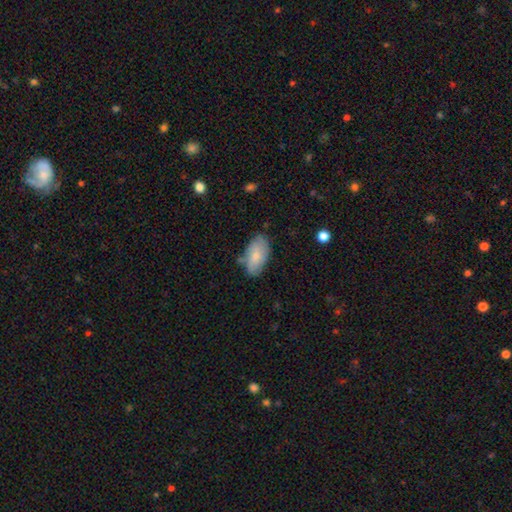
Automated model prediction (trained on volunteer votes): smooth 75%, featured or disk 19%, star or artifact 6%. Down the decision tree: how rounded — in between (94%); merging — none (68%).